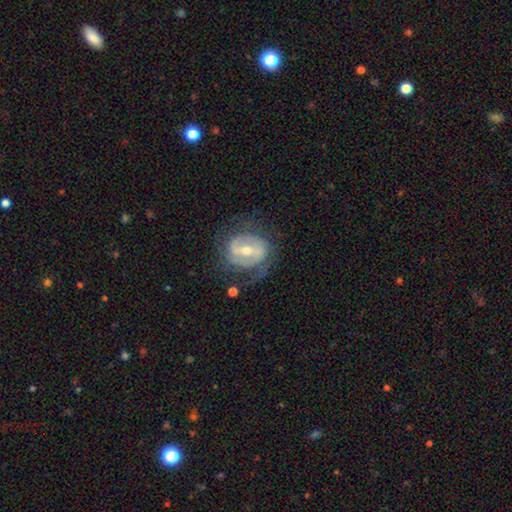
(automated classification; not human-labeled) featured or disk 48%, smooth 29%, star or artifact 23%. Down the decision tree: merging — none (76%).